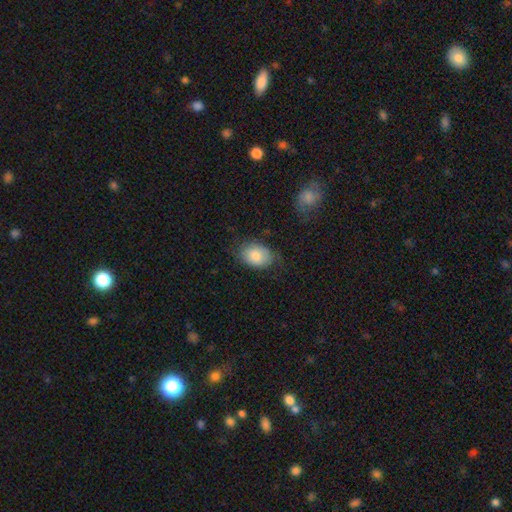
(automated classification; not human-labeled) The model was most divided on "merging": none: 67%, minor disturbance: 24%, major disturbance: 8%, merger: 2%. More confident: smooth or featured — smooth (80%); how rounded — in between (75%).